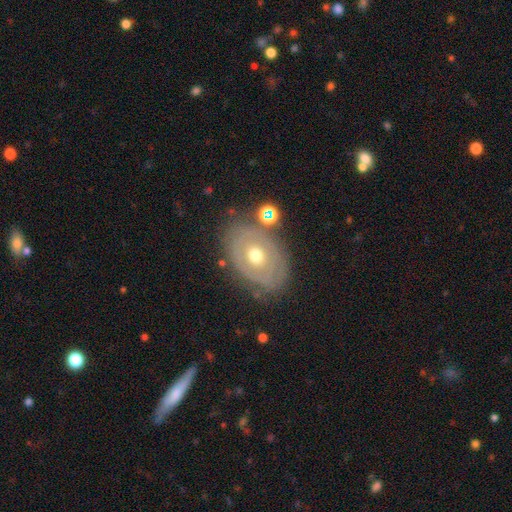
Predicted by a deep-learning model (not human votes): Q: Smooth or featured?
A: featured or disk (68%); runner-up: smooth (25%)
Q: Edge-on disk?
A: no (94%); runner-up: yes (6%)
Q: Bar?
A: no (87%); runner-up: weak (10%)
Q: Spiral arms?
A: no (59%); runner-up: yes (41%)
Q: Bulge size?
A: moderate (71%); runner-up: small (23%)
Q: Merging?
A: none (74%); runner-up: minor disturbance (16%)